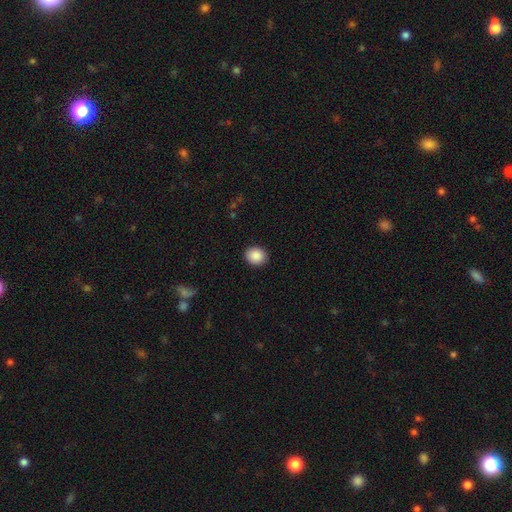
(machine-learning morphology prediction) smooth 89%, star or artifact 8%, featured or disk 3%. Down the decision tree: how rounded — round (63%); merging — none (91%).